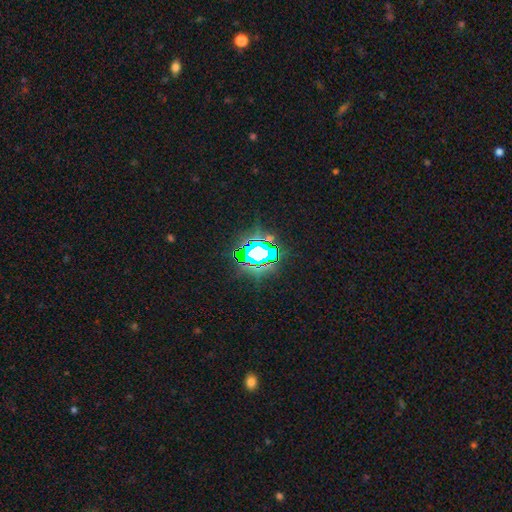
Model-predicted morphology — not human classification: Smooth or featured?
  - star or artifact: 71% *
  - smooth: 16%
  - featured or disk: 13%